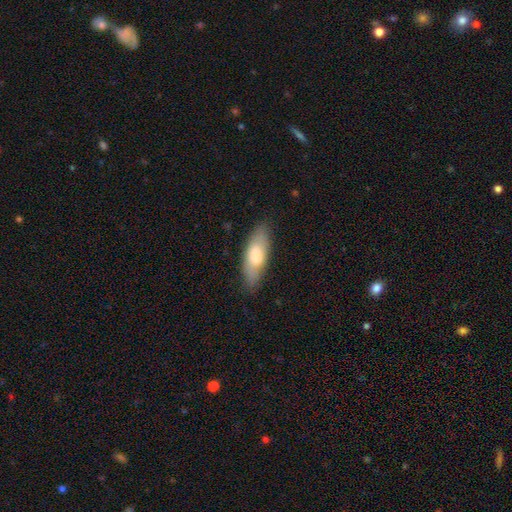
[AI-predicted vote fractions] Overall: smooth (71%). How rounded: in between (68%; cigar-shaped 30%). Merging: none (83%).